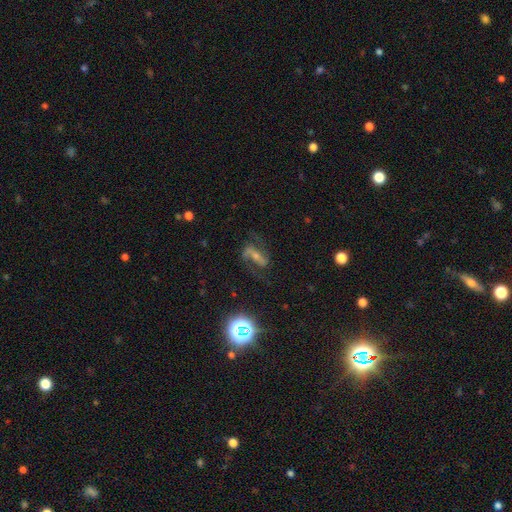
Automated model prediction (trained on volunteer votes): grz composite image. It shows a featured or disk galaxy (70%) with a strong bar (46%), 2 (88%) medium (44%) spiral arms (92%) and a small central bulge (54%). Merging: none (70%).